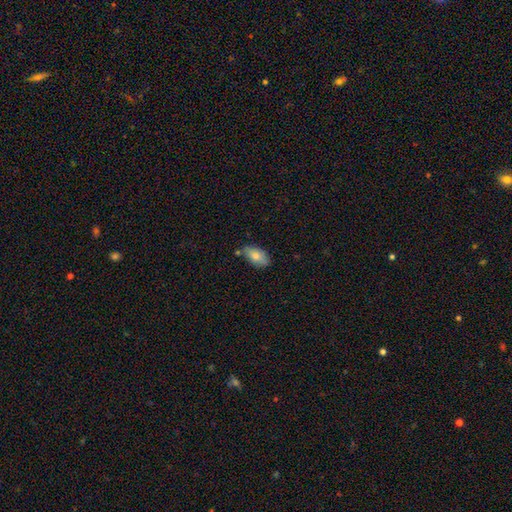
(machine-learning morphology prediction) Smooth or featured?
  - smooth: 77% *
  - featured or disk: 16%
  - star or artifact: 7%
How rounded?
  - in between: 92% *
  - round: 5%
  - cigar-shaped: 4%
Merging?
  - none: 71% *
  - minor disturbance: 19%
  - merger: 6%
  - major disturbance: 3%